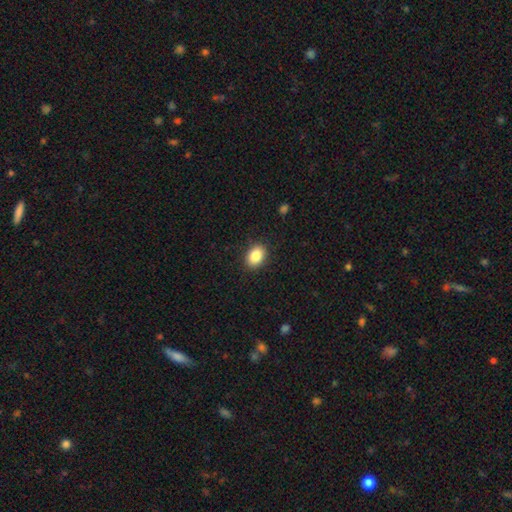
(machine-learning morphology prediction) A smooth galaxy with no disk features (87%) that is in between round and cigar-shaped (77%).

Vote fractions:
- Smooth or featured? smooth: 87% / star or artifact: 8% / featured or disk: 5%
- How rounded? in between: 77% / round: 21% / cigar-shaped: 1%
- Merging? none: 88% / minor disturbance: 9% / major disturbance: 2% / merger: 1%